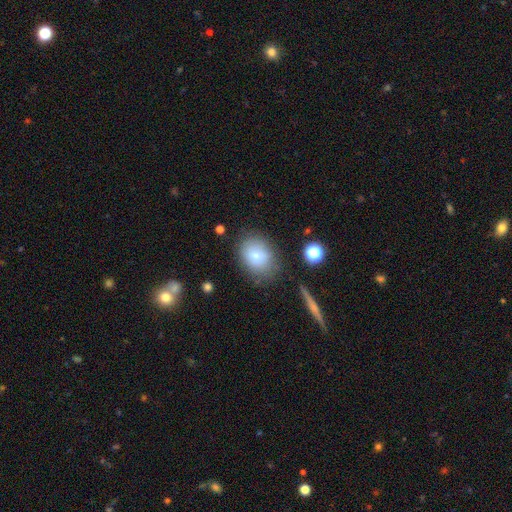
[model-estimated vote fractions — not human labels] This appears to be a smooth galaxy with no disk features (77%) that is in between round and cigar-shaped (55%). Merging: none (72%).